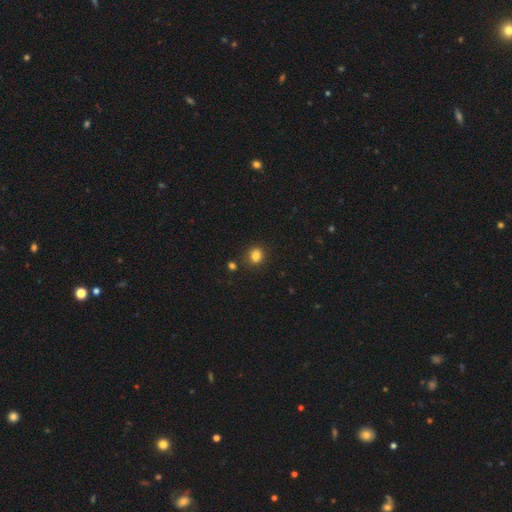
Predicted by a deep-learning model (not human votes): Q: Smooth or featured?
A: smooth (83%); runner-up: star or artifact (12%)
Q: How rounded?
A: round (68%); runner-up: in between (31%)
Q: Merging?
A: none (84%); runner-up: minor disturbance (10%)